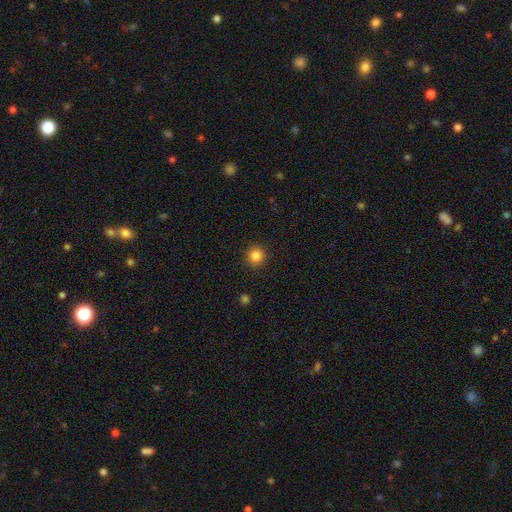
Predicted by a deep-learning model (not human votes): Q: Smooth or featured?
A: smooth (85%); runner-up: star or artifact (11%)
Q: How rounded?
A: round (94%); runner-up: in between (5%)
Q: Merging?
A: none (92%); runner-up: minor disturbance (5%)